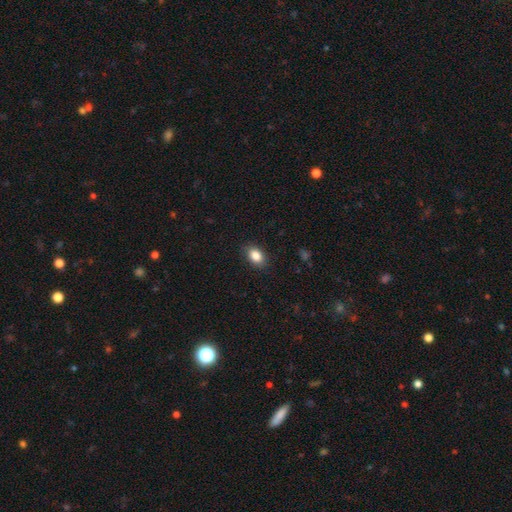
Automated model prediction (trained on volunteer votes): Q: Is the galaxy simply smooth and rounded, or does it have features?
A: smooth — 86%.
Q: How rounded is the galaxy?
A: in between — 83%.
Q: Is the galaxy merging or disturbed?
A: none — 86%.